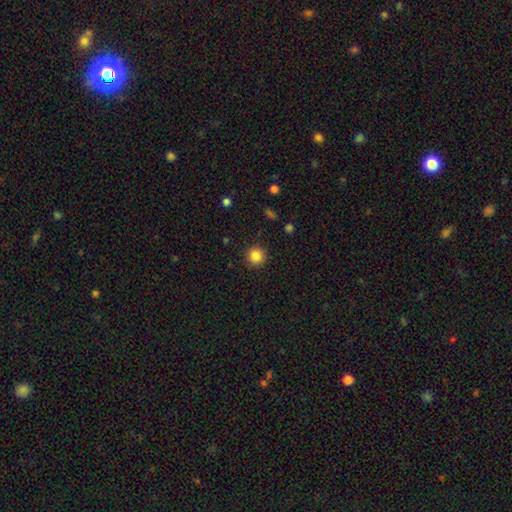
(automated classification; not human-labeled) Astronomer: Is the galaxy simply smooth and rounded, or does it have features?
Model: smooth — 85%.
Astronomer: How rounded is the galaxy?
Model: round — 95%.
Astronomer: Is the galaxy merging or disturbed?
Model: none — 91%.